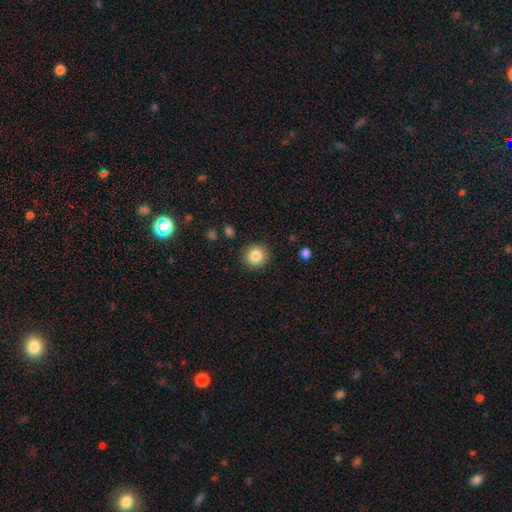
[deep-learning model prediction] The model was most divided on "smooth or featured": smooth: 84%, star or artifact: 10%, featured or disk: 6%. More confident: how rounded — round (92%); merging — none (90%).